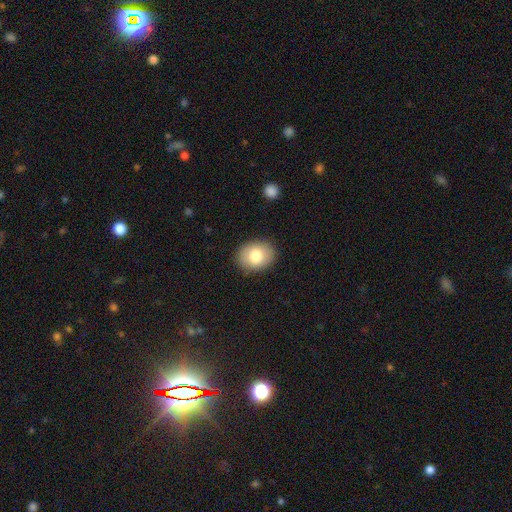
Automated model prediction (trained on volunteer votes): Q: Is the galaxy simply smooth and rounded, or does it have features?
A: smooth — 79%.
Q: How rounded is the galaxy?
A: in between — 58%.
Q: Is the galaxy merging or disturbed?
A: none — 88%.